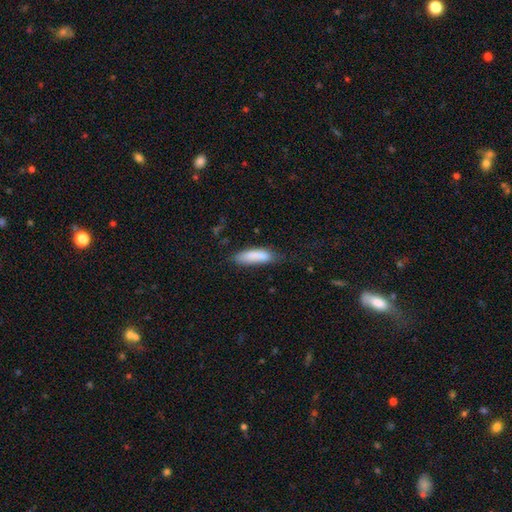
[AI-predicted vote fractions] smooth-or-featured: smooth: 83% | featured or disk: 10% | star or artifact: 7%
  how-rounded: cigar-shaped: 51% | in between: 48% | round: 2%
  merging: none: 57% | minor disturbance: 30% | major disturbance: 10% | merger: 3%